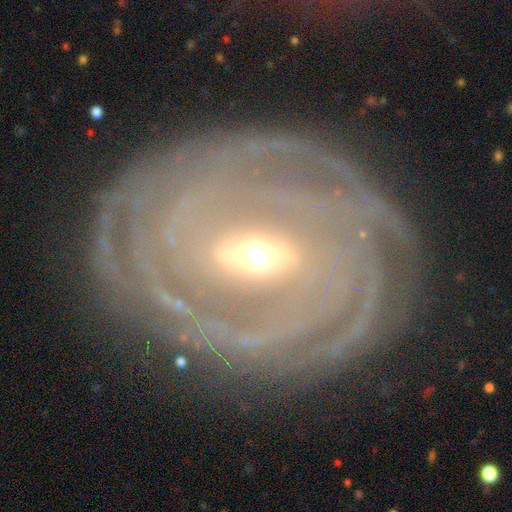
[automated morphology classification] smooth_or_featured: featured or disk (p=0.89) [alt: smooth p=0.06]
disk_edge_on: no (p=0.95) [alt: yes p=0.05]
bar: strong (p=0.39) [alt: weak p=0.38]
has_spiral_arms: yes (p=0.96) [alt: no p=0.04]
spiral_winding: tight (p=0.80) [alt: medium p=0.15]
spiral_arm_count: can't tell (p=0.26) [alt: 2 p=0.22]
bulge_size: moderate (p=0.48) [alt: small p=0.46]
merging: none (p=0.78) [alt: minor disturbance p=0.15]